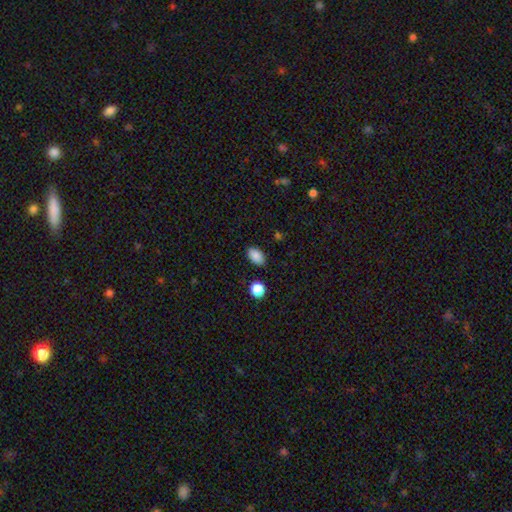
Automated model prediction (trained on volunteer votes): Morphology: type=smooth (87%); roundness=in between (89%); merging=none (87%).